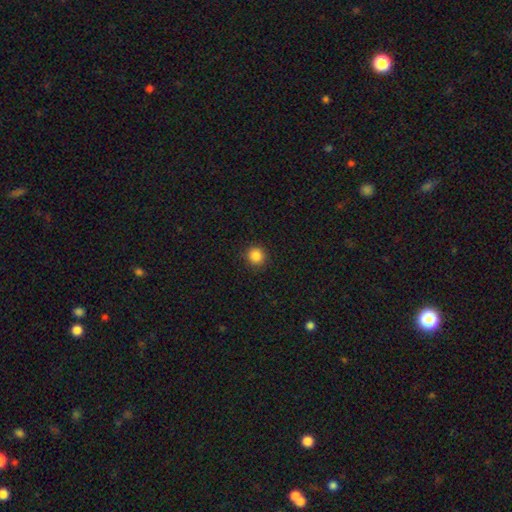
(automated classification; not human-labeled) Overall: smooth (86%). How rounded: round (92%). Merging: none (91%).